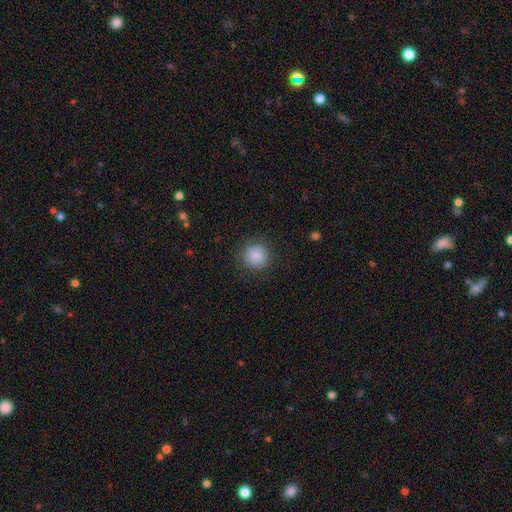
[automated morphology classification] A smooth galaxy with no disk features (86%) that is round (93%).

Vote fractions:
- Smooth or featured? smooth: 86% / star or artifact: 9% / featured or disk: 5%
- How rounded? round: 93% / in between: 6% / cigar-shaped: 1%
- Merging? none: 87% / minor disturbance: 9% / major disturbance: 3% / merger: 1%